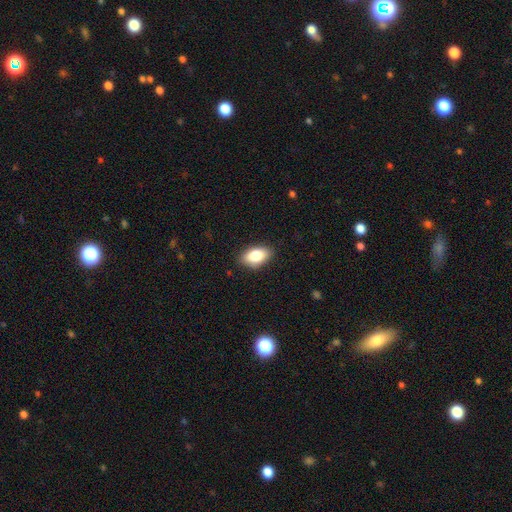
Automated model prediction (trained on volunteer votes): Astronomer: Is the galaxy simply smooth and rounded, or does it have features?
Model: smooth — 83%.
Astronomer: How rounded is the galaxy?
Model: in between — 91%.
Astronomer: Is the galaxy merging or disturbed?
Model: none — 87%.